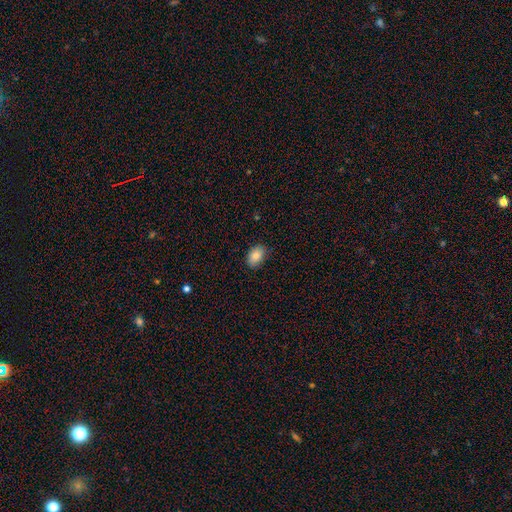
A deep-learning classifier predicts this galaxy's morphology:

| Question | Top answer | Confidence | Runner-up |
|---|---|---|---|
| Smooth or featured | smooth | 85% | star or artifact (8%) |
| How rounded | in between | 85% | round (14%) |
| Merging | none | 83% | minor disturbance (14%) |